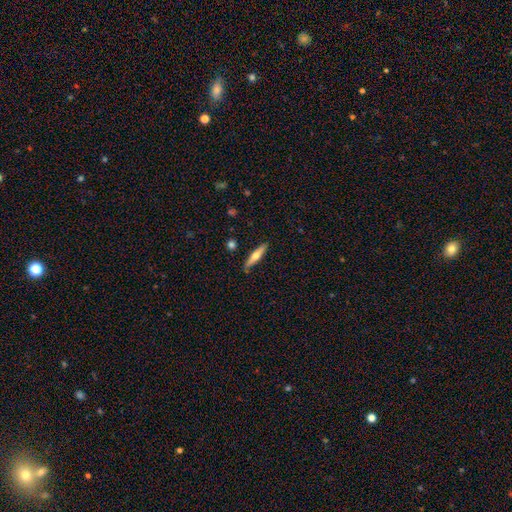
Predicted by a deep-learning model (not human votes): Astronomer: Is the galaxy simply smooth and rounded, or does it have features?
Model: featured or disk — 48% (runner-up: smooth, 47%).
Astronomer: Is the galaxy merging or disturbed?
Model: none — 86%.